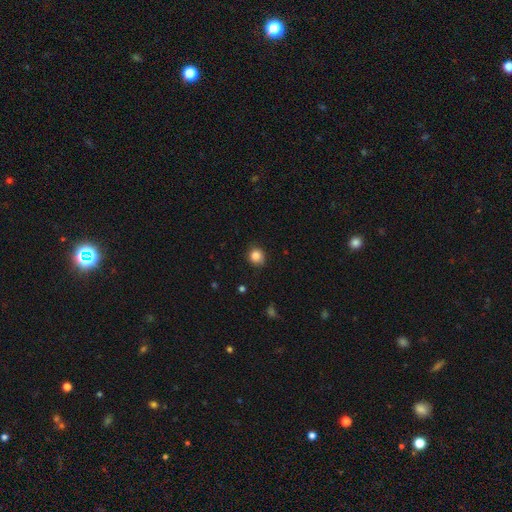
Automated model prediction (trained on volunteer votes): smooth-or-featured: smooth: 86% | star or artifact: 10% | featured or disk: 4%
  how-rounded: round: 86% | in between: 13% | cigar-shaped: 1%
  merging: none: 82% | minor disturbance: 14% | major disturbance: 3% | merger: 1%